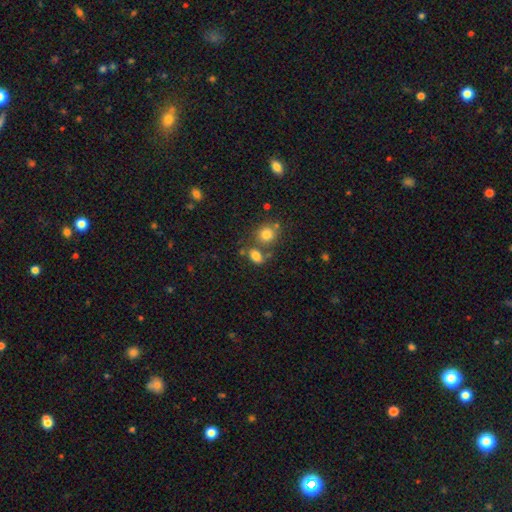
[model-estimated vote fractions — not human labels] Morphology: type=smooth (79%); roundness=in between (70%); merging=none (53%).